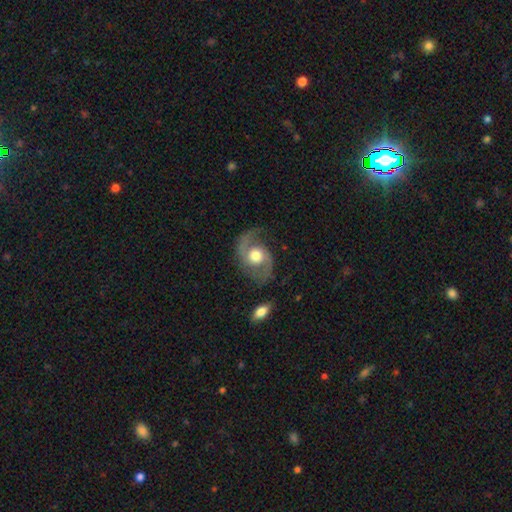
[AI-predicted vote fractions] Smooth or featured: featured or disk — 87% (smooth — 9%)
Edge-on disk: no — 98% (yes — 2%)
Bar: no — 69% (weak — 26%)
Spiral arms: yes — 95% (no — 5%)
Spiral winding: medium — 54% (loose — 30%)
Spiral arm count: 2 — 92% (1 — 3%)
Bulge size: moderate — 62% (large — 29%)
Merging: none — 71% (minor disturbance — 17%)